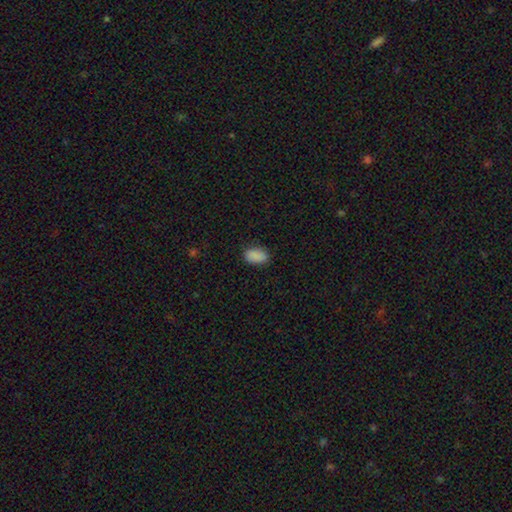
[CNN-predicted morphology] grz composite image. It shows a smooth galaxy with no disk features (88%) that is in between round and cigar-shaped (92%). Merging: none (85%).